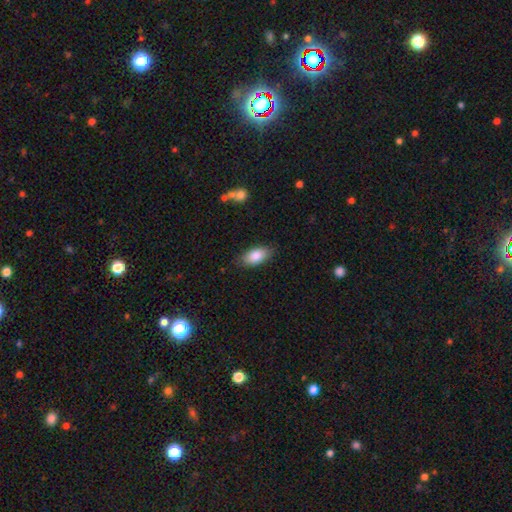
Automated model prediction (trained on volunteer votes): smooth-or-featured: smooth: 85% | featured or disk: 9% | star or artifact: 6%
  how-rounded: in between: 91% | cigar-shaped: 6% | round: 3%
  merging: none: 83% | minor disturbance: 13% | major disturbance: 3% | merger: 1%